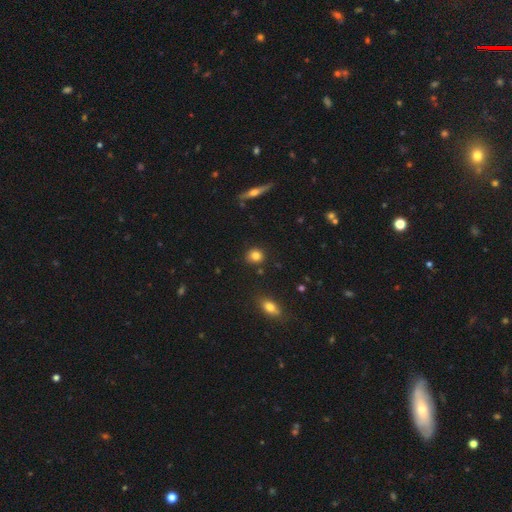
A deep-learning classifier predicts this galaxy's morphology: Overall: smooth (83%). How rounded: round (82%). Merging: none (87%).